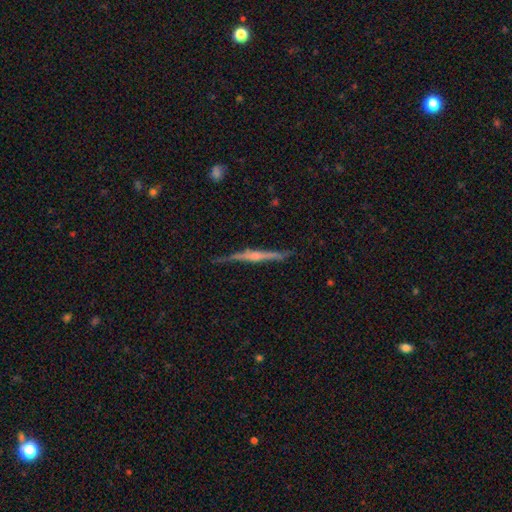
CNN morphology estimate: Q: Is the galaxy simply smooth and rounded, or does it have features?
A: featured or disk — 76%.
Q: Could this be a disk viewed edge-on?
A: yes — 98%.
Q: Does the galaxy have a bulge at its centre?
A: rounded — 70%.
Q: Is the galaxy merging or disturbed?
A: none — 82%.